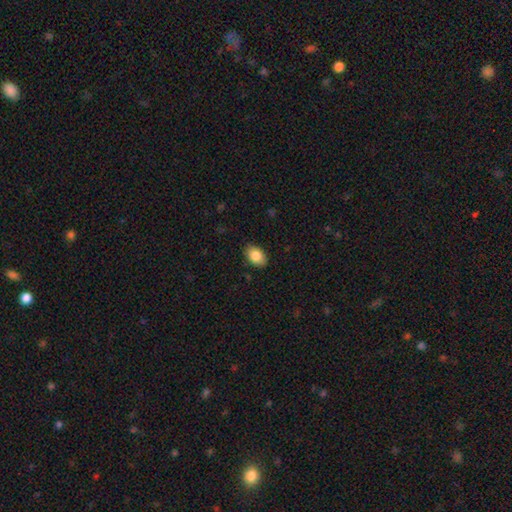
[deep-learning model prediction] Smooth or featured? smooth (85%)
How rounded? in between (87%)
Merging? none (87%)